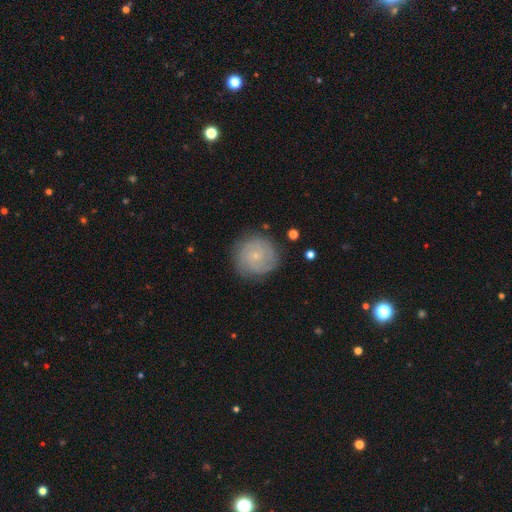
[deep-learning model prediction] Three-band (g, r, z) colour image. It shows a featured or disk galaxy (64%) with no bar (81%), tight (73%) spiral arms (88%) and a small central bulge (84%). Merging: none (82%).